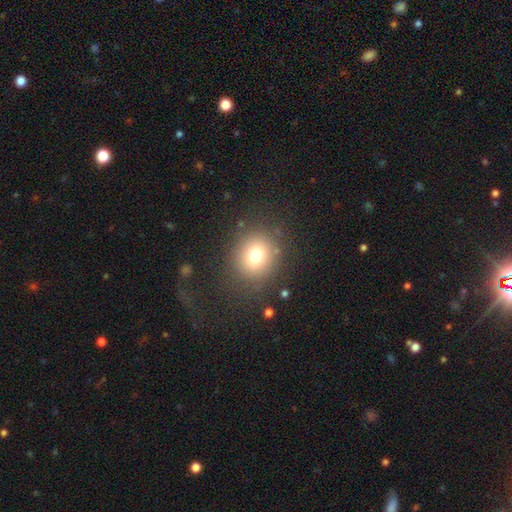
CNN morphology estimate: Overall: smooth (75%). How rounded: round (80%). Merging: none (84%).